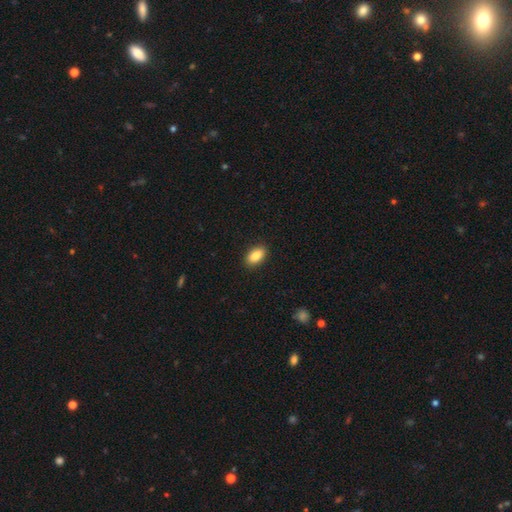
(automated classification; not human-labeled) smooth-or-featured: smooth: 88% | star or artifact: 7% | featured or disk: 5%
  how-rounded: in between: 91% | round: 6% | cigar-shaped: 3%
  merging: none: 90% | minor disturbance: 7% | major disturbance: 2% | merger: 1%